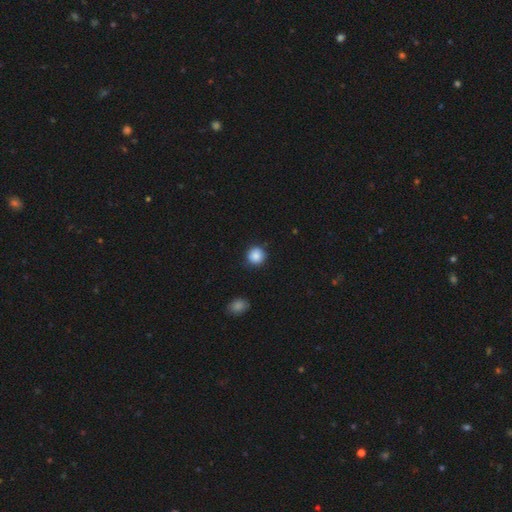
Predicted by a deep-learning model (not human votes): smooth_or_featured: smooth (p=0.87) [alt: star or artifact p=0.09]
how_rounded: round (p=0.92) [alt: in between p=0.07]
merging: none (p=0.87) [alt: minor disturbance p=0.09]